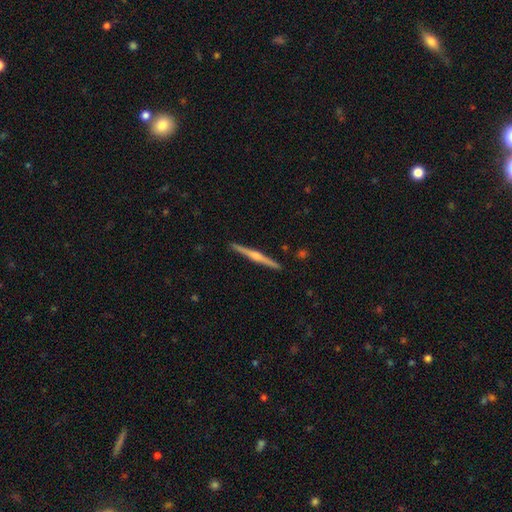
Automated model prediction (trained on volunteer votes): Q: Smooth or featured?
A: featured or disk (76%); runner-up: smooth (19%)
Q: Edge-on disk?
A: yes (99%); runner-up: no (1%)
Q: Edge-on bulge?
A: rounded (82%); runner-up: none (10%)
Q: Merging?
A: none (93%); runner-up: minor disturbance (5%)